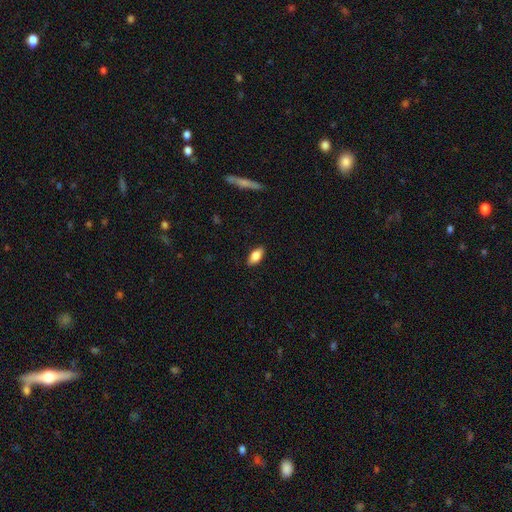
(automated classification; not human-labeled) The model was most divided on "smooth or featured": smooth: 83%, featured or disk: 10%, star or artifact: 7%. More confident: how rounded — in between (89%); merging — none (88%).